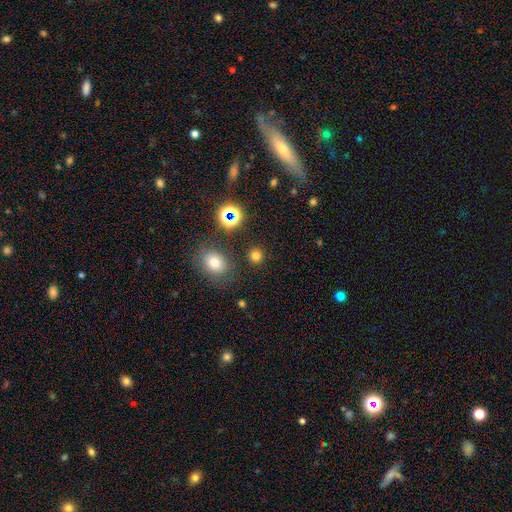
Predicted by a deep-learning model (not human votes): Overall: smooth (73%). How rounded: round (87%). Merging: none (86%).